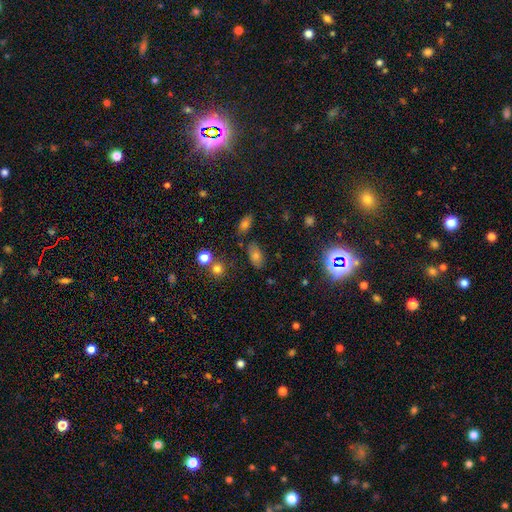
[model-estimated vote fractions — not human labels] This is likely a smooth galaxy (66%). How rounded: clearly in between (88%). Merging: likely none (76%).